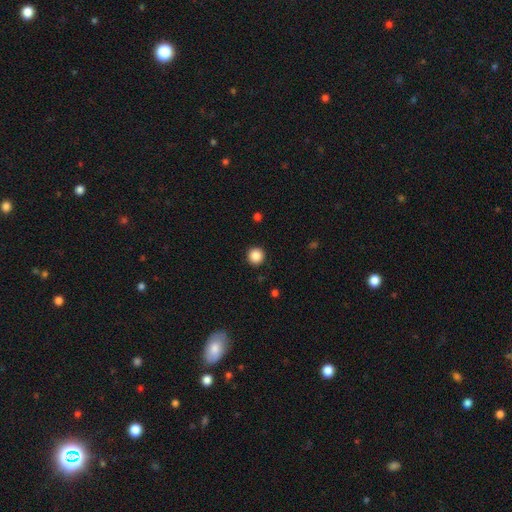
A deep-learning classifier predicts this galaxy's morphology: type=smooth (87%); roundness=round (95%); merging=none (92%).